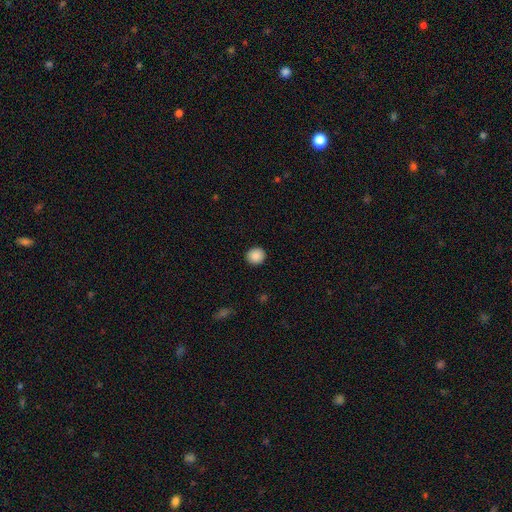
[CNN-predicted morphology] The model was most divided on "how rounded": round: 85%, in between: 14%, cigar-shaped: 1%. More confident: merging — none (92%); smooth or featured — smooth (88%).